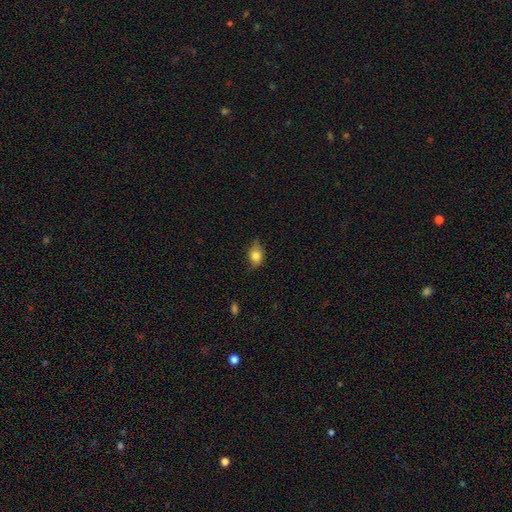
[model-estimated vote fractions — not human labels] Overall: smooth (78%). How rounded: in between (75%). Merging: none (60%; minor disturbance 32%).